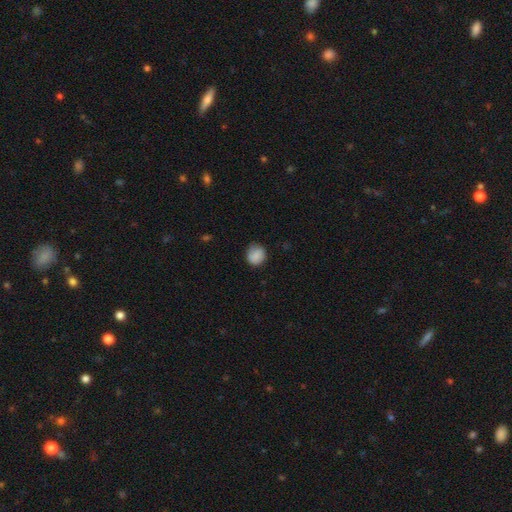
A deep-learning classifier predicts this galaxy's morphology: type=smooth (85%); roundness=round (78%); merging=none (79%).